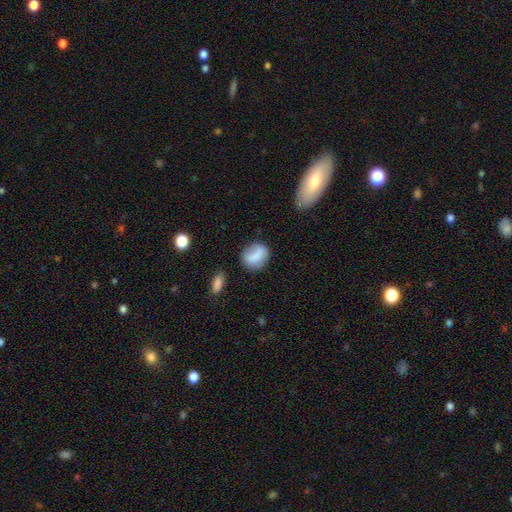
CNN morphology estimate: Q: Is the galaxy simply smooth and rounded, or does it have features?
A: smooth — 78%.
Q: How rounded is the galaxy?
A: round — 57%.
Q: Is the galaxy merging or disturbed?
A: none — 67%.